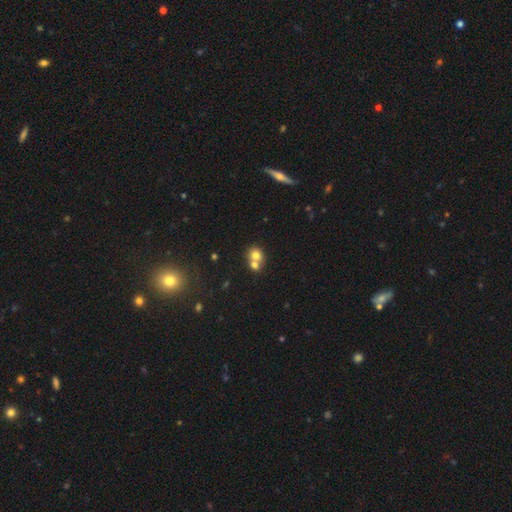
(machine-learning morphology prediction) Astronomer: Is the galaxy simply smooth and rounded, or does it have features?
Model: smooth — 72%.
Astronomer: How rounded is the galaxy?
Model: round — 75%.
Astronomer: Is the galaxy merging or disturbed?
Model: merger — 59%.